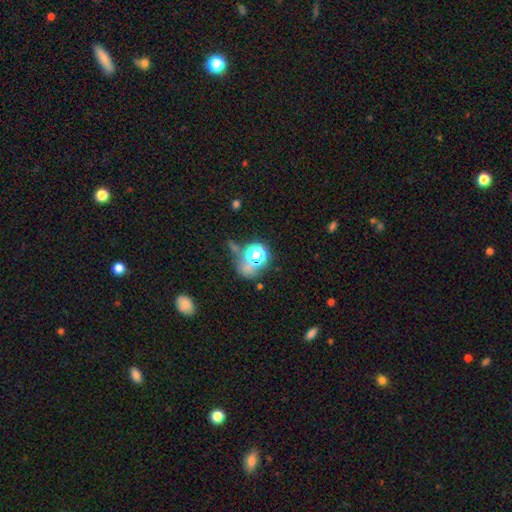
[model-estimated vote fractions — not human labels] Smooth or featured: smooth — 50% (star or artifact — 36%)
Merging: none — 45% (major disturbance — 22%)